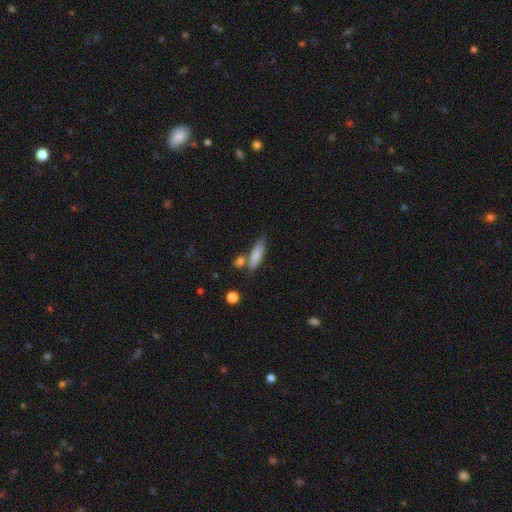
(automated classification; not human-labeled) A smooth galaxy with no disk features (81%) that is cigar-shaped (49%). Merging: none (59%).